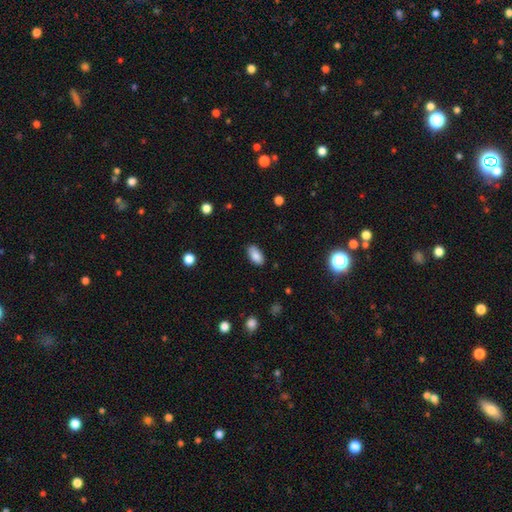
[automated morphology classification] Smooth or featured? smooth (85%)
How rounded? in between (93%)
Merging? none (85%)